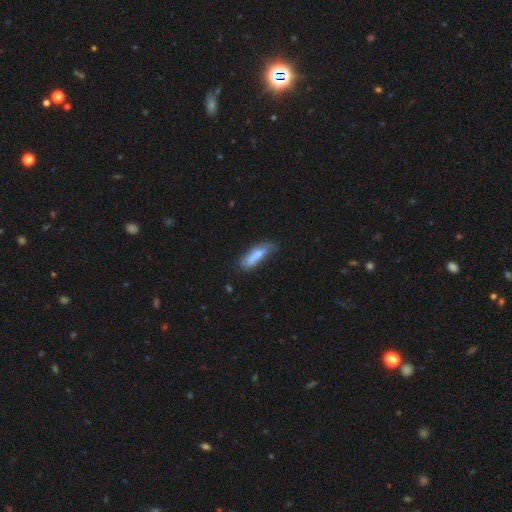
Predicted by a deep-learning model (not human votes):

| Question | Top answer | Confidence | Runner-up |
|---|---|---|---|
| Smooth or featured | smooth | 70% | featured or disk (23%) |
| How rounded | cigar-shaped | 57% | in between (41%) |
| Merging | none | 46% | minor disturbance (32%) |